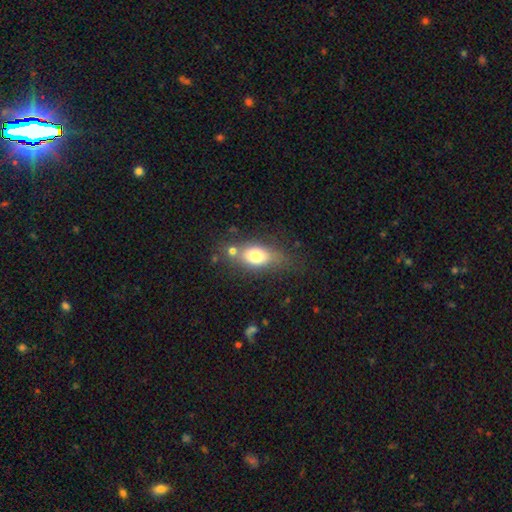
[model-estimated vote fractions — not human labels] Smooth or featured? Predicted: smooth (p=0.72). How rounded? Predicted: in between (p=0.74). Merging? Predicted: none (p=0.54).